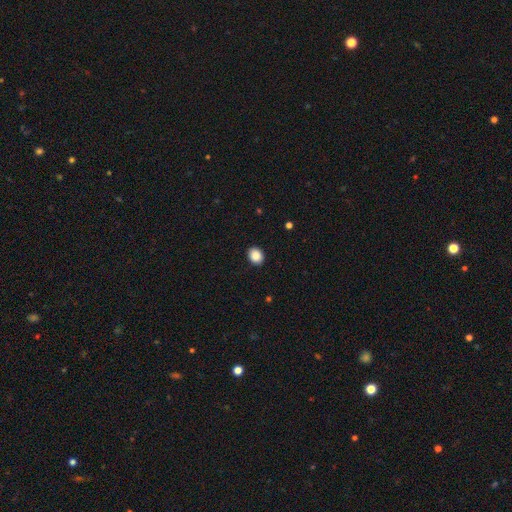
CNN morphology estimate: A smooth galaxy with no disk features (89%) that is round (54%). Merging: none (90%).